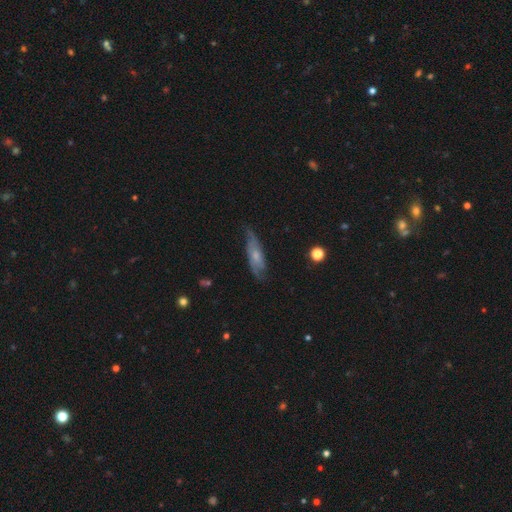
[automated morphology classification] Smooth or featured? Predicted: featured or disk (p=0.55). Edge-on disk? Predicted: no (p=0.70). Merging? Predicted: none (p=0.62).